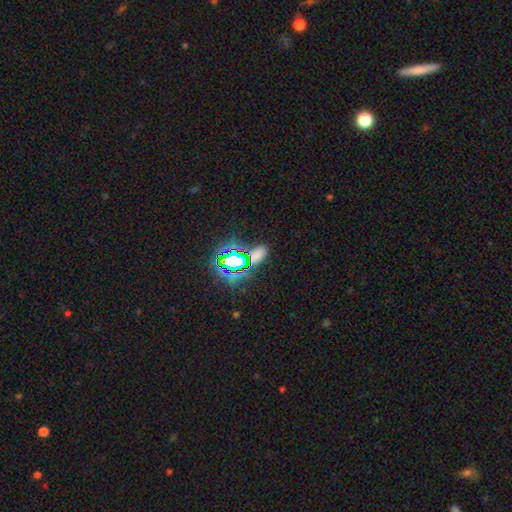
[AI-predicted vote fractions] This appears to be a star or artifact, not a galaxy (47%).